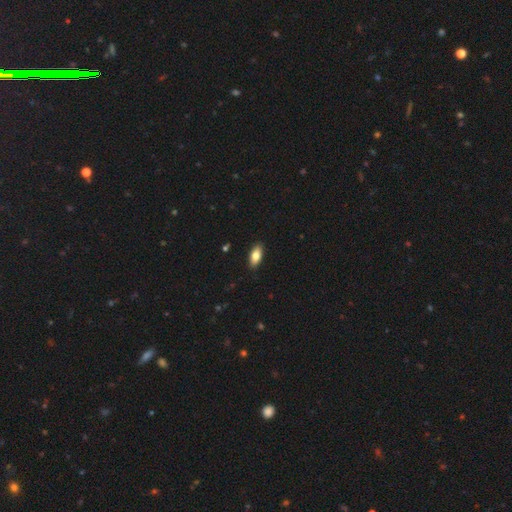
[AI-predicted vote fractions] A smooth galaxy with no disk features (78%) that is in between round and cigar-shaped (86%).

Vote fractions:
- Smooth or featured? smooth: 78% / featured or disk: 16% / star or artifact: 7%
- How rounded? in between: 86% / cigar-shaped: 11% / round: 3%
- Merging? none: 89% / minor disturbance: 8% / major disturbance: 2% / merger: 1%